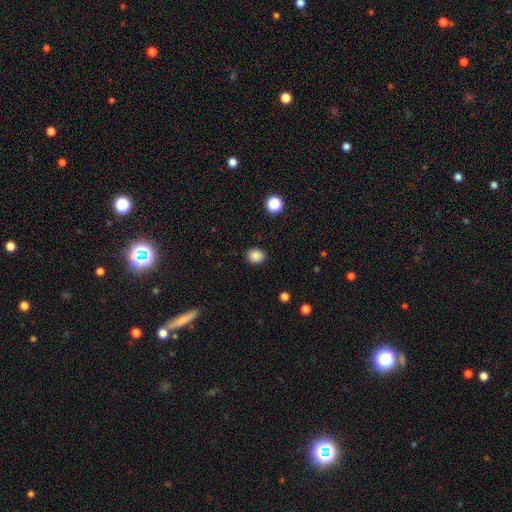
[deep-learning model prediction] A smooth galaxy with no disk features (86%) that is round (64%).

Vote fractions:
- Smooth or featured? smooth: 86% / star or artifact: 11% / featured or disk: 3%
- How rounded? round: 64% / in between: 35% / cigar-shaped: 1%
- Merging? none: 89% / minor disturbance: 8% / major disturbance: 2% / merger: 1%